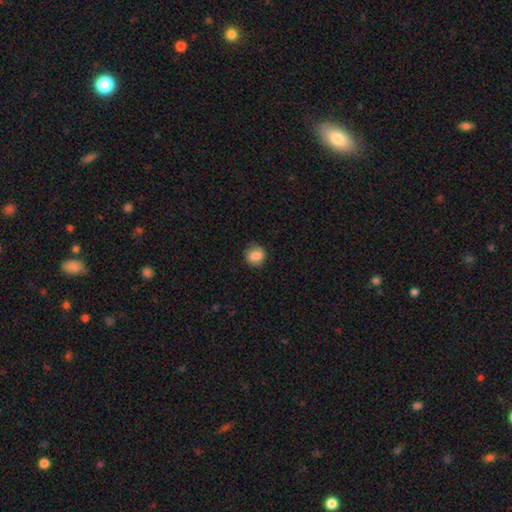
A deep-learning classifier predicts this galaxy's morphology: smooth_or_featured: smooth (p=0.82) [alt: featured or disk p=0.09]
how_rounded: round (p=0.75) [alt: in between p=0.24]
merging: none (p=0.82) [alt: minor disturbance p=0.14]